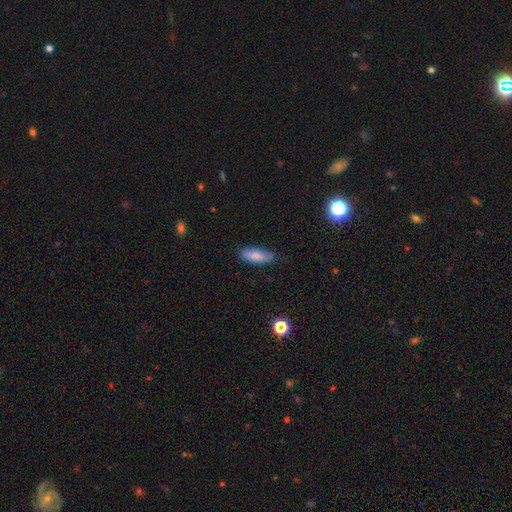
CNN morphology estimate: A smooth galaxy with no disk features (81%) that is in between round and cigar-shaped (67%).

Vote fractions:
- Smooth or featured? smooth: 81% / featured or disk: 12% / star or artifact: 7%
- How rounded? in between: 67% / cigar-shaped: 31% / round: 2%
- Merging? none: 75% / minor disturbance: 20% / major disturbance: 3% / merger: 1%